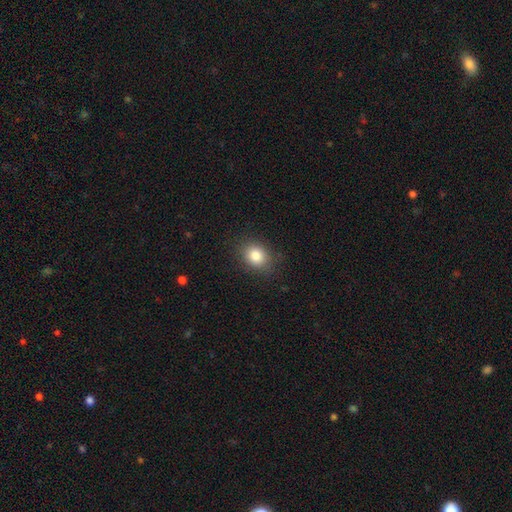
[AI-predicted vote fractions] This is clearly a smooth galaxy (83%). How rounded: possibly in between (50%). Merging: clearly none (84%).